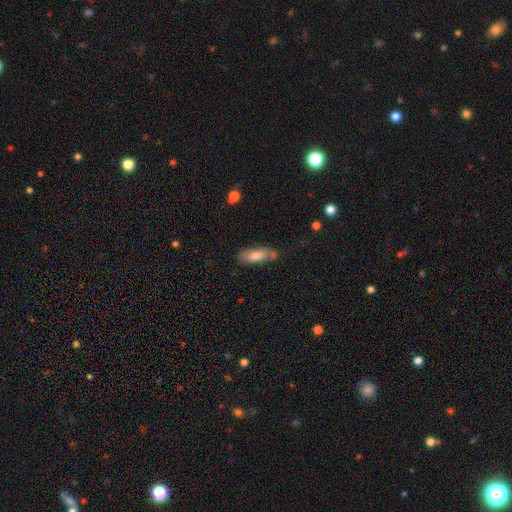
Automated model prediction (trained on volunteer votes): Morphology: type=smooth (76%); roundness=in between (61%); merging=none (63%).